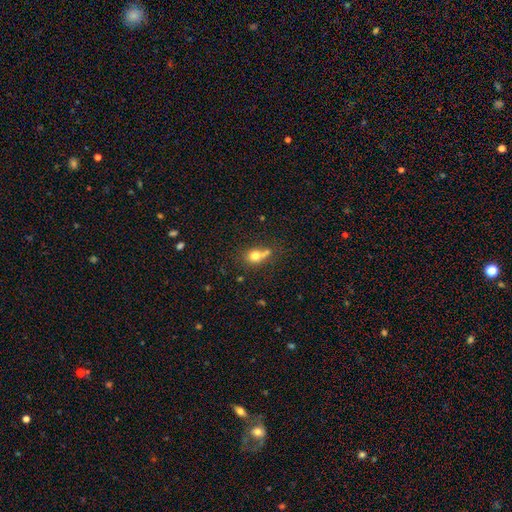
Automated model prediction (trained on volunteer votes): Smooth or featured? Predicted: smooth (p=0.74). How rounded? Predicted: round (p=0.68). Merging? Predicted: none (p=0.40).